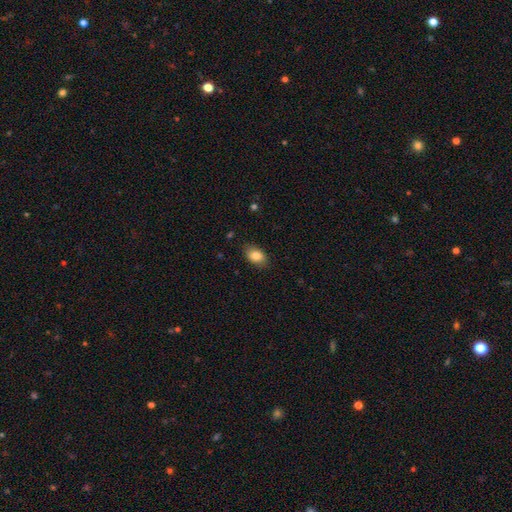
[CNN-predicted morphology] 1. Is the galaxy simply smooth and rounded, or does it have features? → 84% smooth, 8% featured or disk, 8% star or artifact.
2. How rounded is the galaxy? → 87% in between, 12% round, 2% cigar-shaped.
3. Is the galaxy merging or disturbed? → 82% none, 14% minor disturbance, 3% major disturbance, 1% merger.